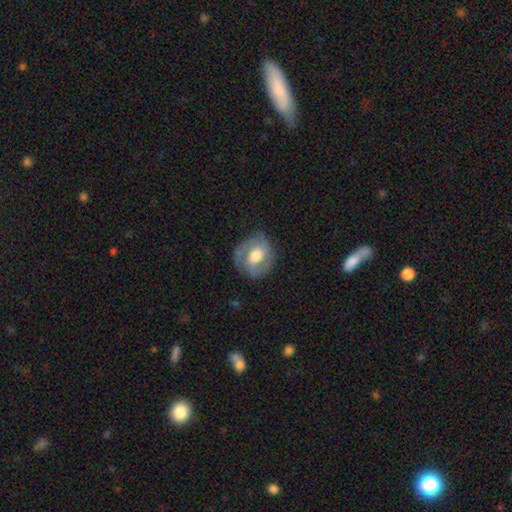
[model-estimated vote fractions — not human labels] Q: Smooth or featured?
A: featured or disk (59%); runner-up: smooth (35%)
Q: Edge-on disk?
A: no (96%); runner-up: yes (4%)
Q: Bar?
A: no (46%); runner-up: weak (39%)
Q: Spiral arms?
A: yes (71%); runner-up: no (29%)
Q: Bulge size?
A: moderate (54%); runner-up: large (35%)
Q: Merging?
A: none (74%); runner-up: minor disturbance (17%)